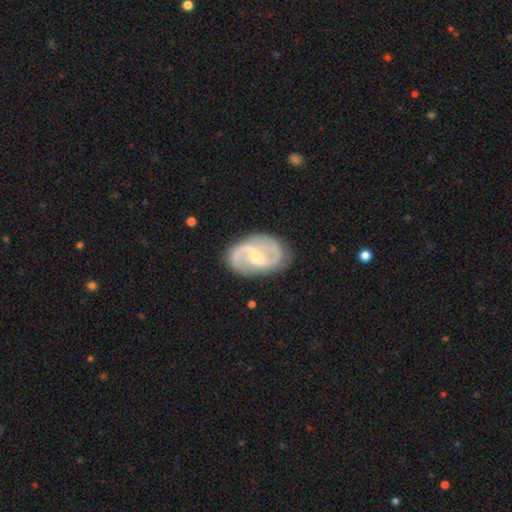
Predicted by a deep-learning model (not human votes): A featured or disk galaxy (88%) with a weak bar (48%), 2 (89%) medium (50%) spiral arms (96%) and a small central bulge (57%).

Vote fractions:
- Smooth or featured? featured or disk: 88% / smooth: 8% / star or artifact: 5%
- Edge-on disk? no: 97% / yes: 3%
- Bar? weak: 48% / no: 28% / strong: 24%
- Spiral arms? yes: 96% / no: 4%
- Spiral winding? medium: 50% / loose: 33% / tight: 17%
- Spiral arm count? 2: 89% / can't tell: 4% / 3: 3% / 1: 2% / 4: 1% / more than 4: 1%
- Bulge size? small: 57% / moderate: 39% / none: 2% / large: 1% / dominant: 1%
- Merging? none: 80% / minor disturbance: 14% / major disturbance: 5% / merger: 1%